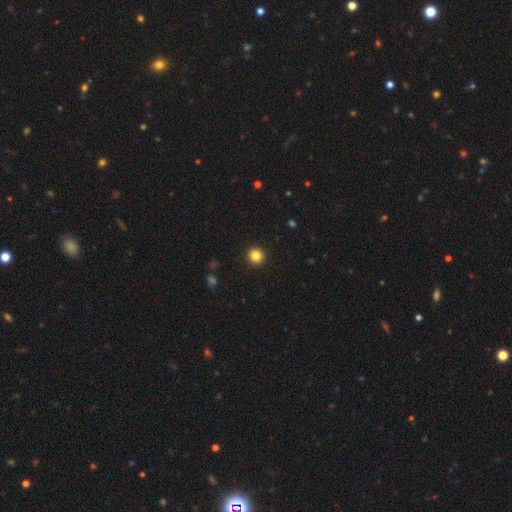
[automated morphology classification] Smooth or featured? Predicted: smooth (p=0.84). How rounded? Predicted: round (p=0.96). Merging? Predicted: none (p=0.94).